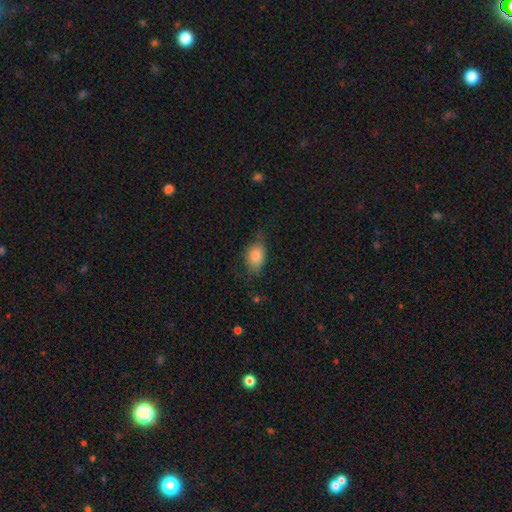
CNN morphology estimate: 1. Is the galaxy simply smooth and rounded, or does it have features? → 82% smooth, 10% featured or disk, 8% star or artifact.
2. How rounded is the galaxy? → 81% in between, 17% round, 2% cigar-shaped.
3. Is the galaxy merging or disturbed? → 58% none, 30% minor disturbance, 11% major disturbance, 1% merger.